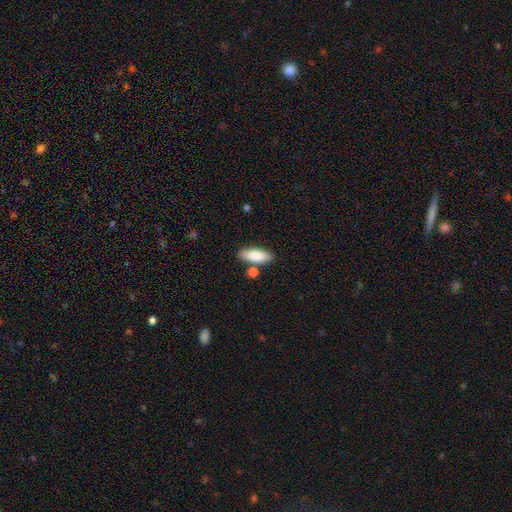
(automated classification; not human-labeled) Smooth or featured? Predicted: smooth (p=0.85). How rounded? Predicted: in between (p=0.72). Merging? Predicted: none (p=0.78).